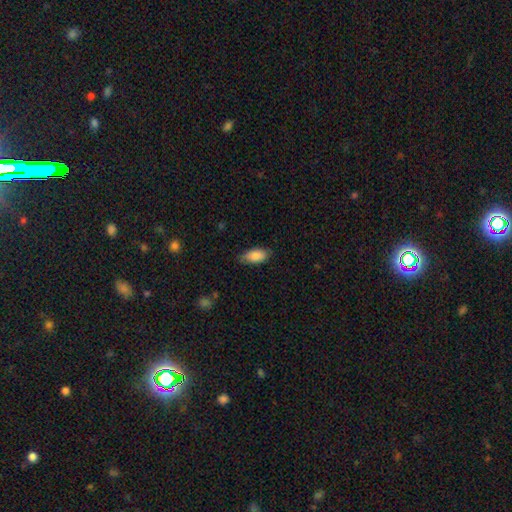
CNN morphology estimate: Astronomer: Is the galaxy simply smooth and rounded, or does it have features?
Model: smooth — 87%.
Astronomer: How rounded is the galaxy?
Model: in between — 92%.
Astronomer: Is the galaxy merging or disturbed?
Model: none — 73%.